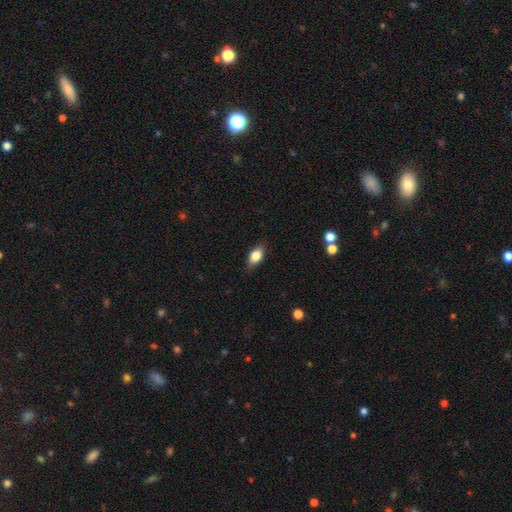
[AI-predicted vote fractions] smooth 81%, featured or disk 12%, star or artifact 8%. Down the decision tree: how rounded — in between (86%); merging — none (82%).